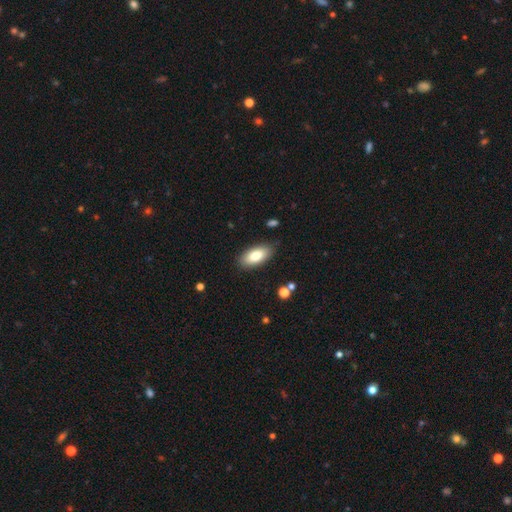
A smooth galaxy with no disk features (87%) that is in between round and cigar-shaped (91%).

Vote fractions:
- Smooth or featured? smooth: 87% / featured or disk: 11% / star or artifact: 3%
- How rounded? in between: 91% / round: 6% / cigar-shaped: 3%
- Merging? none: 86% / minor disturbance: 5% / major disturbance: 5% / merger: 3%